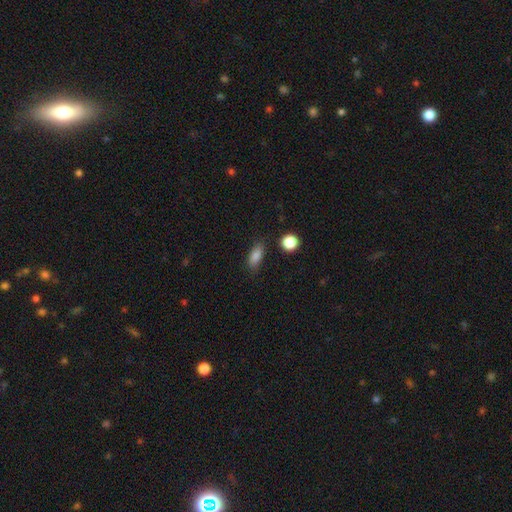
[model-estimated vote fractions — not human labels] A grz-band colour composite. It shows a smooth galaxy with no disk features (84%) that is in between round and cigar-shaped (78%). Merging: none (79%).